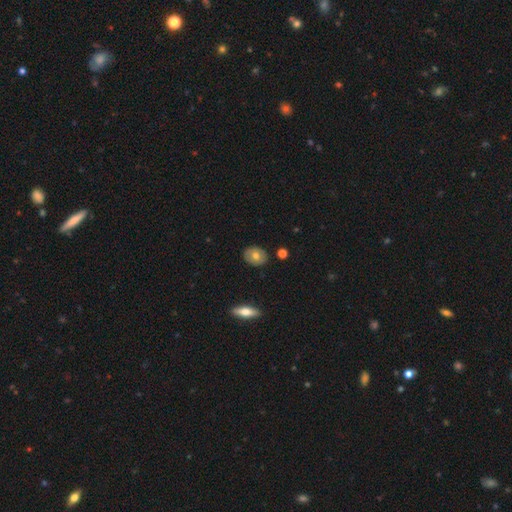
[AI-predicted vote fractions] A smooth galaxy with no disk features (63%) that is in between round and cigar-shaped (58%).

Vote fractions:
- Smooth or featured? smooth: 63% / featured or disk: 29% / star or artifact: 7%
- How rounded? in between: 58% / round: 40% / cigar-shaped: 2%
- Merging? none: 86% / minor disturbance: 10% / major disturbance: 2% / merger: 2%